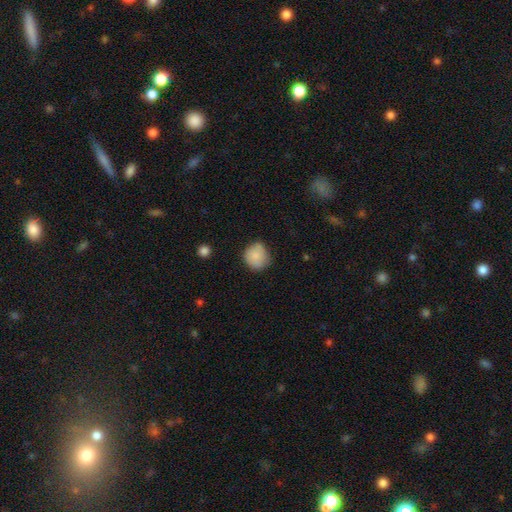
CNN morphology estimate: Smooth or featured?
  - smooth: 81% *
  - featured or disk: 12%
  - star or artifact: 7%
How rounded?
  - round: 84% *
  - in between: 15%
  - cigar-shaped: 1%
Merging?
  - none: 65% *
  - minor disturbance: 27%
  - major disturbance: 5%
  - merger: 3%